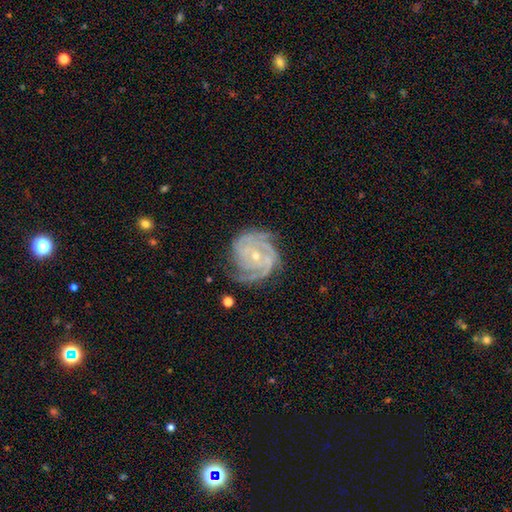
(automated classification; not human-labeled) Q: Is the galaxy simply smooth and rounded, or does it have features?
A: featured or disk — 91%.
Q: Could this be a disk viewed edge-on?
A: no — 98%.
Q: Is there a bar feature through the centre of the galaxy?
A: no — 68%.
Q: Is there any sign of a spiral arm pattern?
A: yes — 98%.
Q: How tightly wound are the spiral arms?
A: tight — 74%.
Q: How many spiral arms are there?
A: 3 — 33%.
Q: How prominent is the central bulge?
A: small — 70%.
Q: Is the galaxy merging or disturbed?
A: none — 74%.